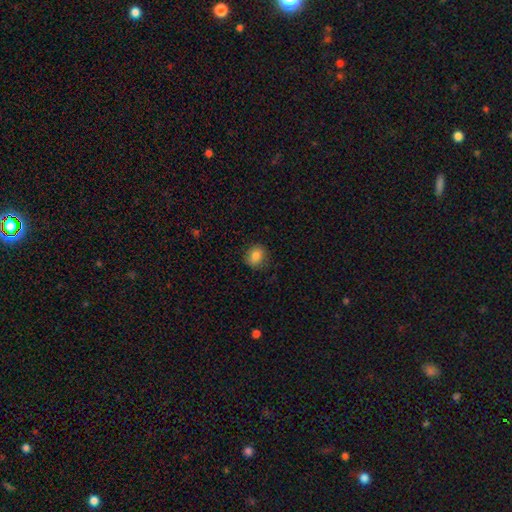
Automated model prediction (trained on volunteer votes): A smooth galaxy with no disk features (85%) that is round (64%).

Vote fractions:
- Smooth or featured? smooth: 85% / star or artifact: 10% / featured or disk: 6%
- How rounded? round: 64% / in between: 35% / cigar-shaped: 1%
- Merging? none: 83% / minor disturbance: 13% / major disturbance: 3% / merger: 1%